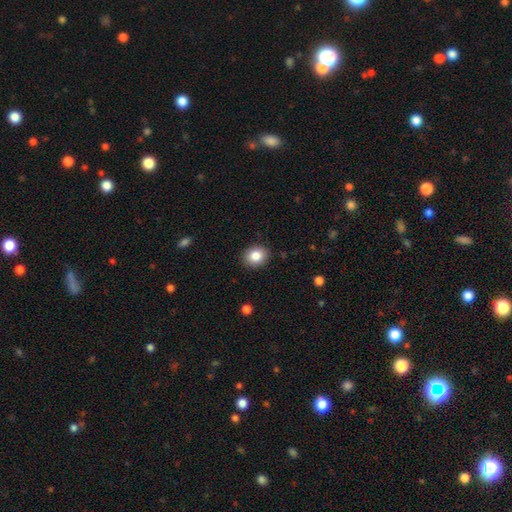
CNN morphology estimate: Smooth or featured?
  - smooth: 84% *
  - star or artifact: 9%
  - featured or disk: 7%
How rounded?
  - round: 57% *
  - in between: 42%
  - cigar-shaped: 1%
Merging?
  - none: 89% *
  - minor disturbance: 8%
  - major disturbance: 2%
  - merger: 1%